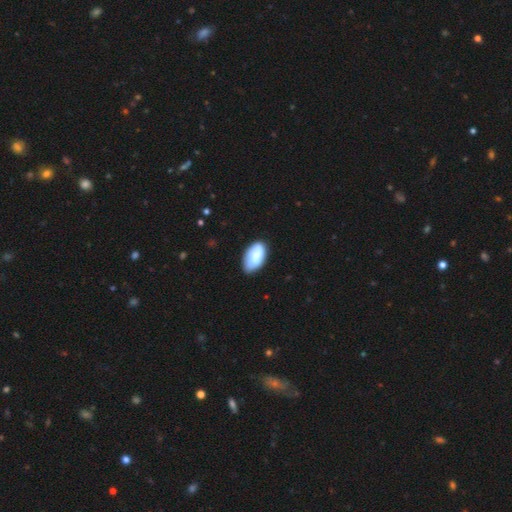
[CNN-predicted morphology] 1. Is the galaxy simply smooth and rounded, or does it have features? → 77% smooth, 17% featured or disk, 6% star or artifact.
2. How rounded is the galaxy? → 95% in between, 3% round, 2% cigar-shaped.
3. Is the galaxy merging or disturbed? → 74% none, 21% minor disturbance, 4% major disturbance, 2% merger.